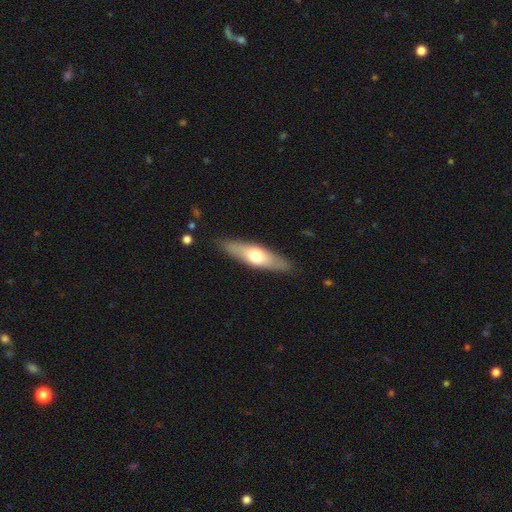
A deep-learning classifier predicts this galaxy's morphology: smooth-or-featured: smooth: 55% | featured or disk: 40% | star or artifact: 5%
  how-rounded: cigar-shaped: 60% | in between: 38% | round: 2%
  merging: none: 87% | minor disturbance: 10% | major disturbance: 2% | merger: 1%